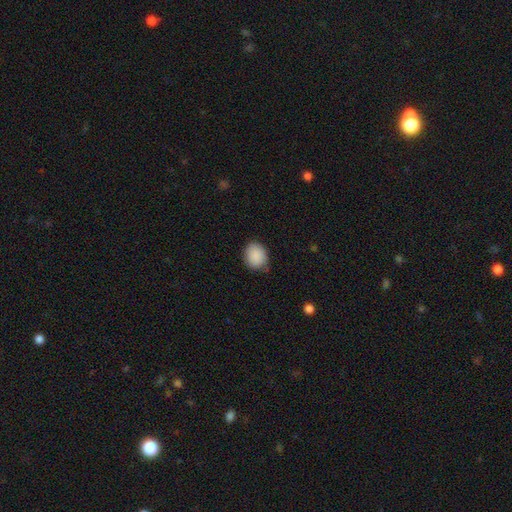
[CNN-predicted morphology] Smooth or featured?
  - smooth: 89% *
  - star or artifact: 7%
  - featured or disk: 4%
How rounded?
  - round: 63% *
  - in between: 36%
  - cigar-shaped: 1%
Merging?
  - none: 78% *
  - minor disturbance: 17%
  - major disturbance: 3%
  - merger: 1%